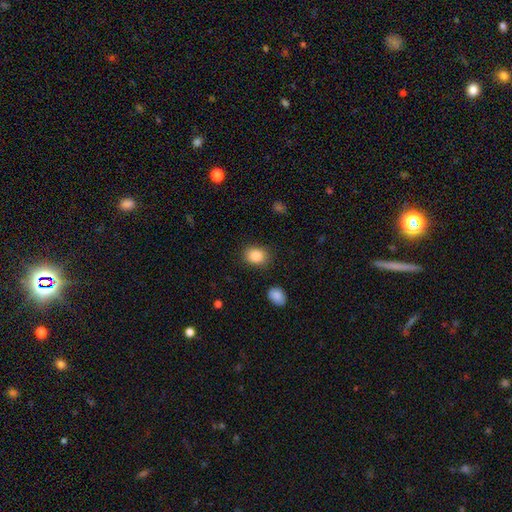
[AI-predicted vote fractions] This is clearly a smooth galaxy (87%). How rounded: possibly in between (59%). Merging: clearly none (84%).